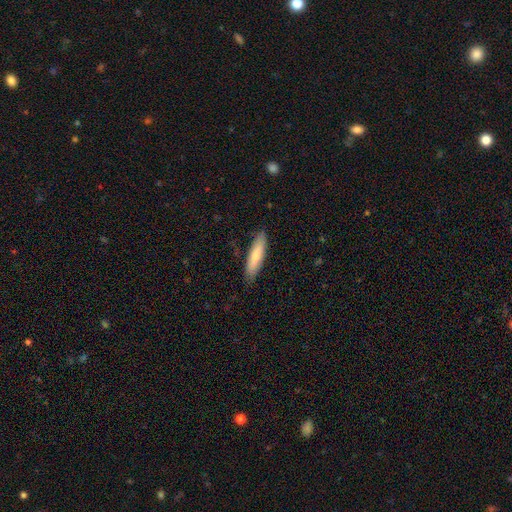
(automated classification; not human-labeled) Overall: smooth (71%). How rounded: cigar-shaped (72%). Merging: none (84%).